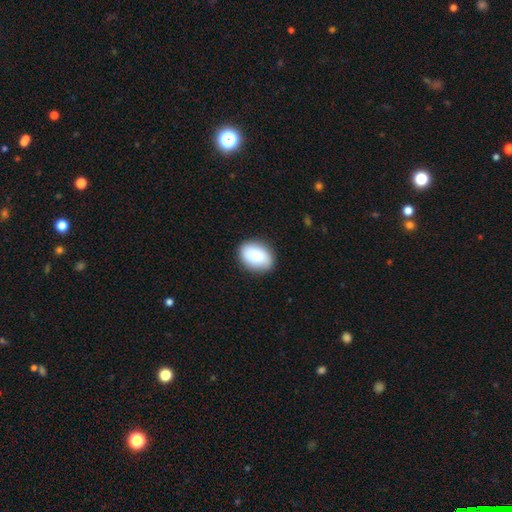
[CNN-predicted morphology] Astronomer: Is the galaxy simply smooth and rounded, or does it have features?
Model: smooth — 82%.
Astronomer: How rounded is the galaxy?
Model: in between — 78%.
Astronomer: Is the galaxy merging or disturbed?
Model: none — 88%.